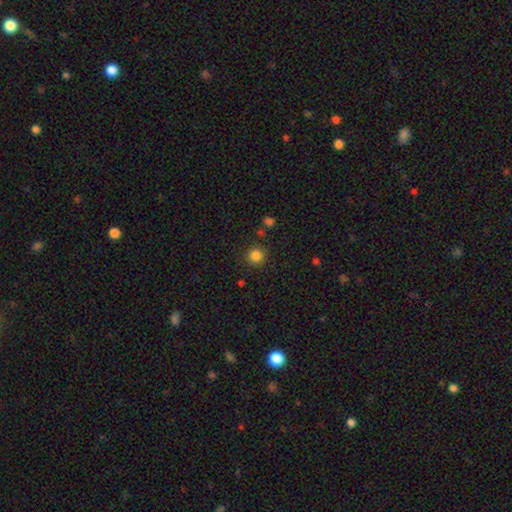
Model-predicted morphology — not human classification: This appears to be a smooth galaxy with no disk features (84%) that is round (94%). Merging: none (89%).